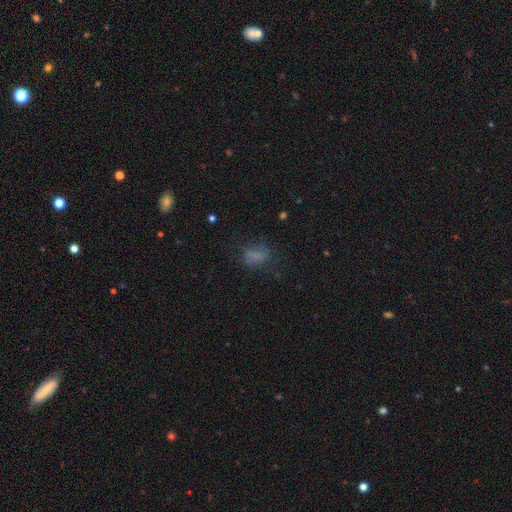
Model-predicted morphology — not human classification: Smooth or featured? smooth (63%)
How rounded? in between (74%)
Merging? none (56%)